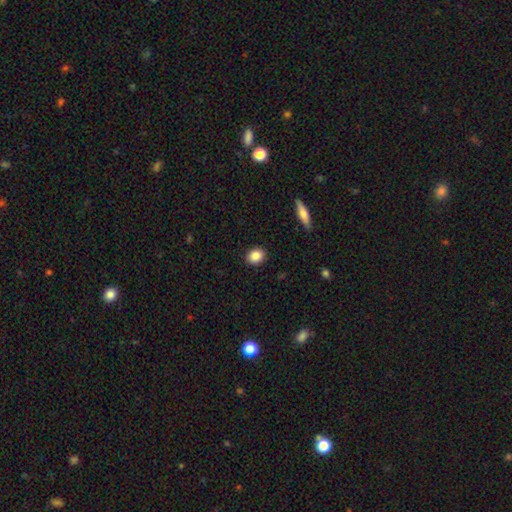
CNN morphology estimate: Smooth or featured? Predicted: smooth (p=0.86). How rounded? Predicted: round (p=0.51). Merging? Predicted: none (p=0.91).